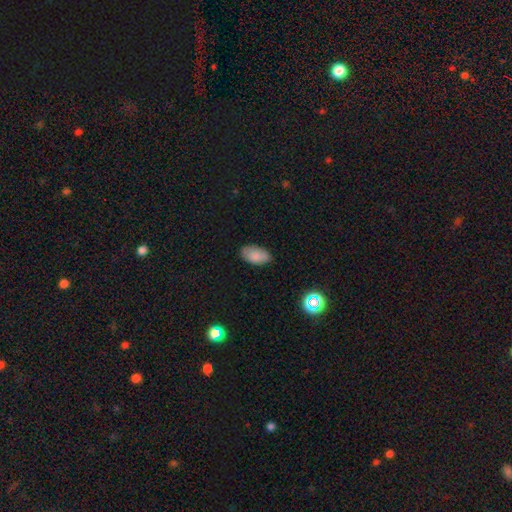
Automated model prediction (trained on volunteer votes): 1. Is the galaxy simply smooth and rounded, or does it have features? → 84% smooth, 8% star or artifact, 8% featured or disk.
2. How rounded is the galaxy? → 94% in between, 4% round, 2% cigar-shaped.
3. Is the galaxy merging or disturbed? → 80% none, 16% minor disturbance, 3% major disturbance, 1% merger.